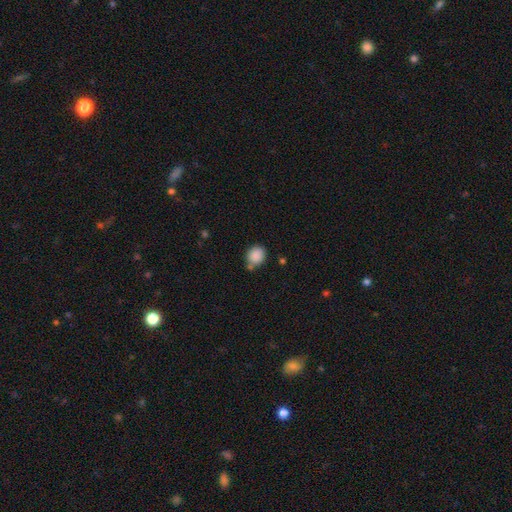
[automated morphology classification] The model was most divided on "how rounded": round: 69%, in between: 30%, cigar-shaped: 1%. More confident: smooth or featured — smooth (87%); merging — none (63%).